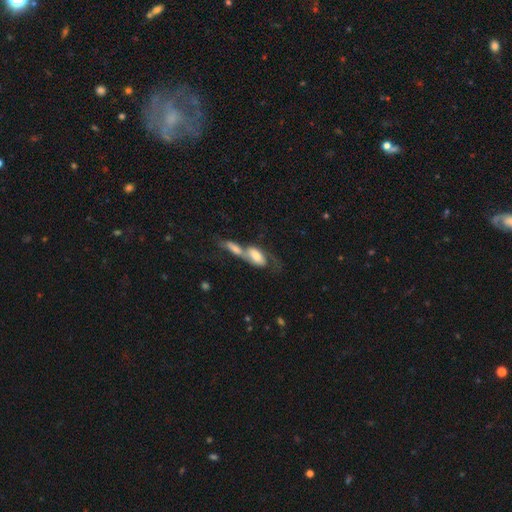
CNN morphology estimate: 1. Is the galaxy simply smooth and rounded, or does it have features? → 50% smooth, 42% featured or disk, 7% star or artifact.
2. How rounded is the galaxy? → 82% in between, 13% cigar-shaped, 5% round.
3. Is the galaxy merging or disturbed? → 74% merger, 12% none, 8% major disturbance, 6% minor disturbance.